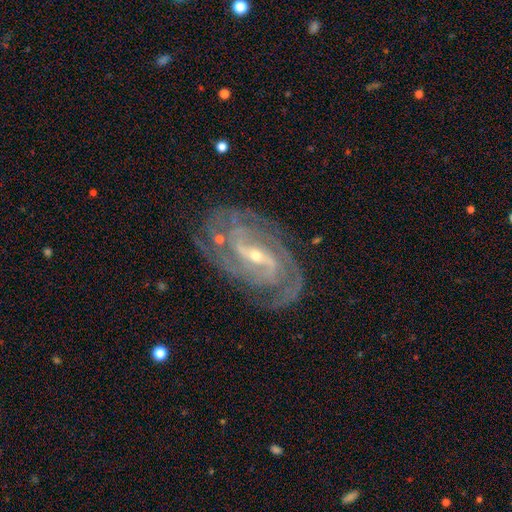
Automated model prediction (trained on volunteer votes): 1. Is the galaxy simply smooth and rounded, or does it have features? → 90% featured or disk, 6% star or artifact, 4% smooth.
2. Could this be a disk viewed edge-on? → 96% no, 4% yes.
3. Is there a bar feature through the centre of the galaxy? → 42% weak, 41% strong, 18% no.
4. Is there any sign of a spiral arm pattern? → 98% yes, 2% no.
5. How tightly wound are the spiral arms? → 60% tight, 34% medium, 6% loose.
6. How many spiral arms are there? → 33% 2, 25% 3, 16% can't tell, 13% 4, 6% more than 4, 6% 1.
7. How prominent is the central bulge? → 68% small, 29% moderate, 1% large, 1% none, 1% dominant.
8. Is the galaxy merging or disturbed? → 77% none, 16% minor disturbance, 6% major disturbance, 2% merger.